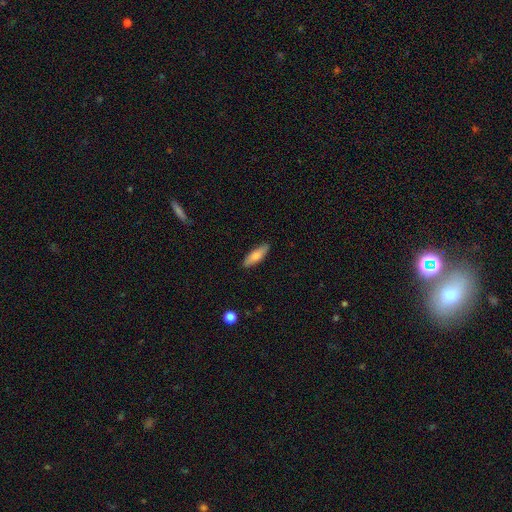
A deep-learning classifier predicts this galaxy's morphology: Smooth or featured? Predicted: smooth (p=0.74). How rounded? Predicted: cigar-shaped (p=0.51). Merging? Predicted: none (p=0.88).